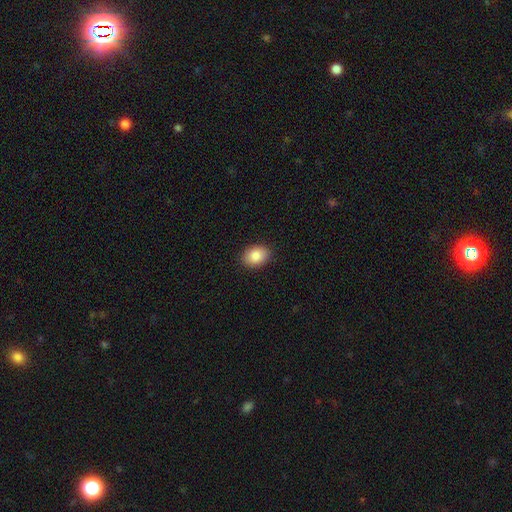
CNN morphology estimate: Smooth or featured? Predicted: smooth (p=0.87). How rounded? Predicted: in between (p=0.75). Merging? Predicted: none (p=0.90).